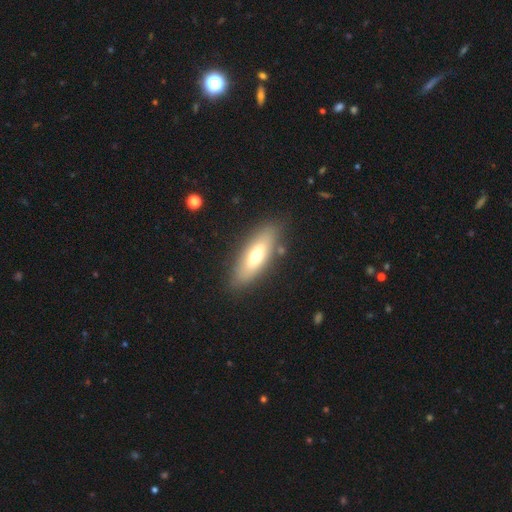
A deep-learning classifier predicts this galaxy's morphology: smooth 57%, featured or disk 36%, star or artifact 7%. Down the decision tree: how rounded — in between (60%); merging — none (84%).